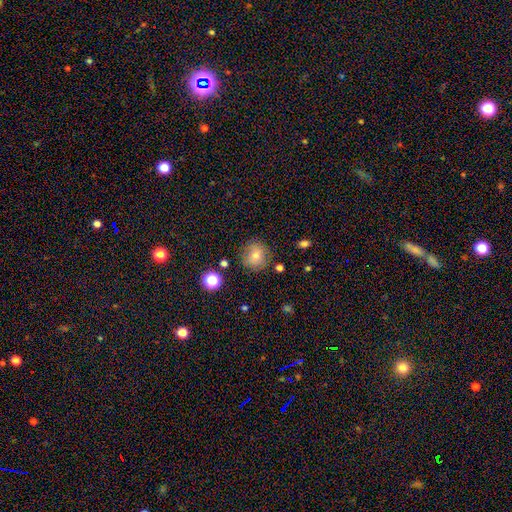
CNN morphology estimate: A smooth galaxy with no disk features (69%) that is round (86%). Merging: none (81%).